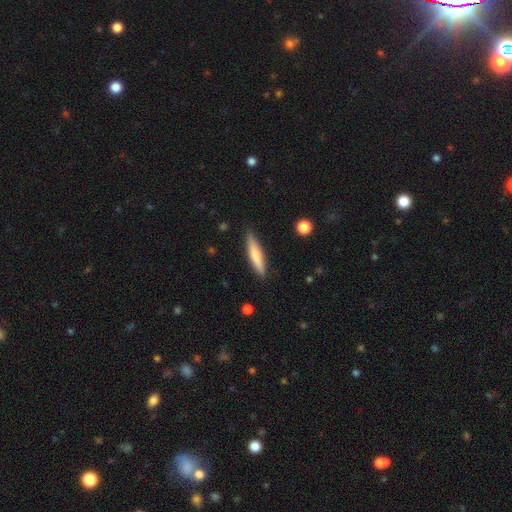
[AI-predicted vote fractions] smooth_or_featured: smooth (p=0.67) [alt: featured or disk p=0.27]
how_rounded: cigar-shaped (p=0.85) [alt: in between p=0.13]
merging: none (p=0.86) [alt: minor disturbance p=0.10]